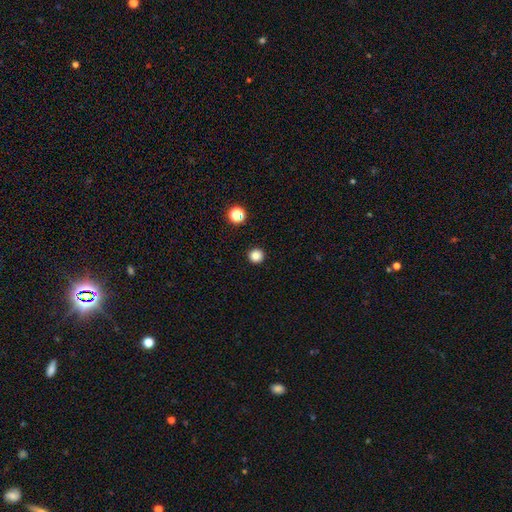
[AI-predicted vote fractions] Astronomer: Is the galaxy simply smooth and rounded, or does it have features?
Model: smooth — 83%.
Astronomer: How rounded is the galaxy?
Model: round — 96%.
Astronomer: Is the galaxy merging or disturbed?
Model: none — 93%.